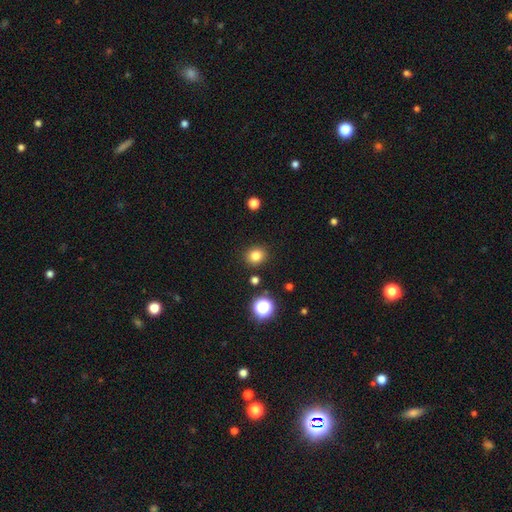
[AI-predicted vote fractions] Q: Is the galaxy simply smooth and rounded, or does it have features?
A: smooth — 81%.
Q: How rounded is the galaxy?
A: round — 80%.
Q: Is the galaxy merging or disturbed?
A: none — 89%.